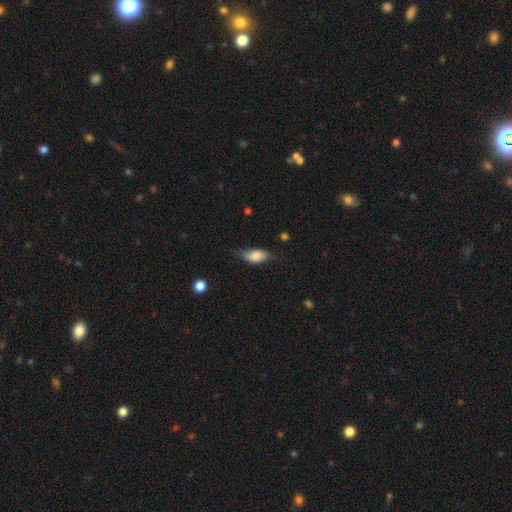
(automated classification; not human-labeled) Smooth or featured? Predicted: smooth (p=0.76). How rounded? Predicted: in between (p=0.85). Merging? Predicted: none (p=0.62).